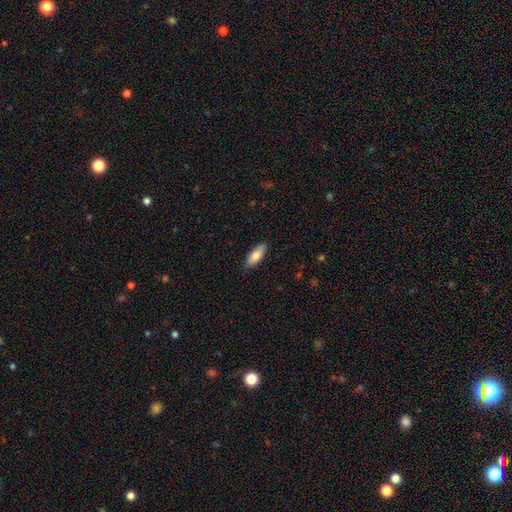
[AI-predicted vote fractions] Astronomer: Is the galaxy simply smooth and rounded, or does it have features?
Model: smooth — 79%.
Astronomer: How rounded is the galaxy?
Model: in between — 76%.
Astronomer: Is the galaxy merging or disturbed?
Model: none — 86%.